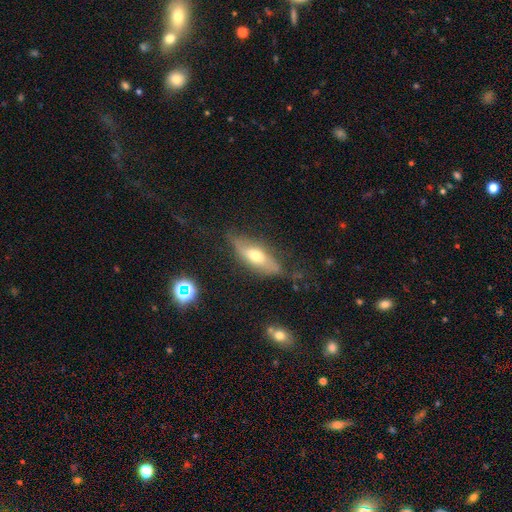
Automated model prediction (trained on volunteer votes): Morphology: type=smooth (47%); merging=none (63%).